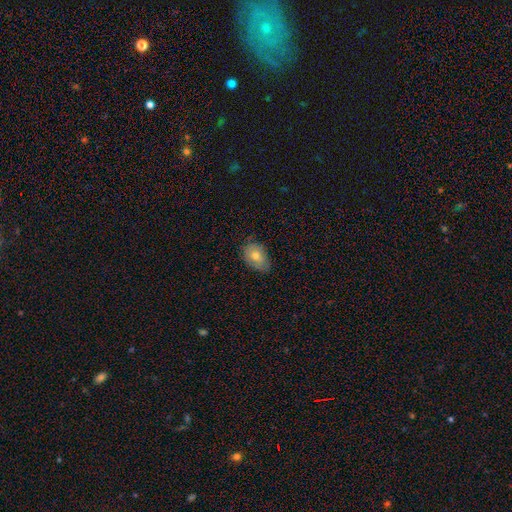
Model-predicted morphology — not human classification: This appears to be a smooth galaxy with no disk features (68%) that is in between round and cigar-shaped (84%). Merging: none (77%).